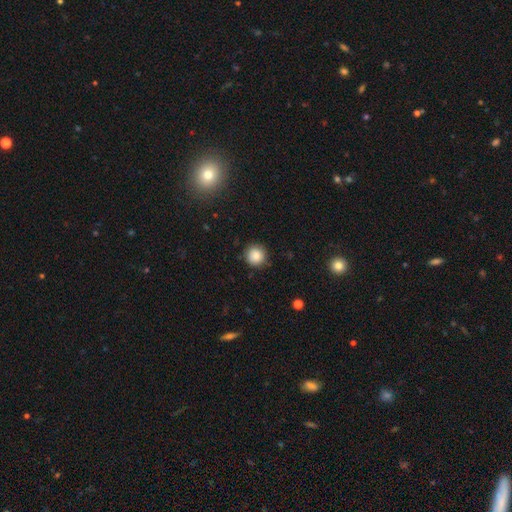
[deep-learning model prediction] This appears to be a smooth galaxy with no disk features (84%) that is round (94%). Merging: none (87%).